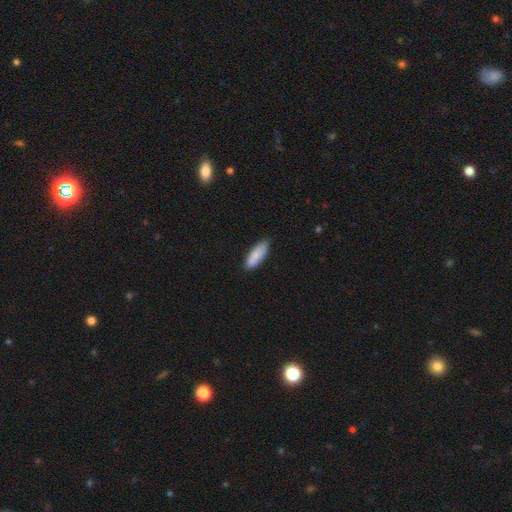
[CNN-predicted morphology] The model was most divided on "how rounded": in between: 58%, cigar-shaped: 41%, round: 2%. More confident: smooth or featured — smooth (85%); merging — none (82%).